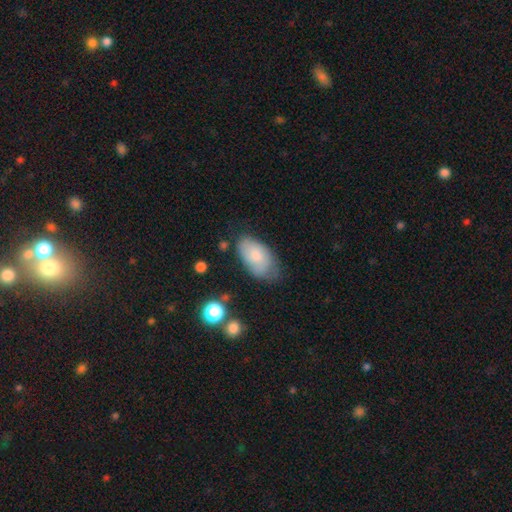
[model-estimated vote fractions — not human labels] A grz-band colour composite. It shows a smooth galaxy with no disk features (74%) that is in between round and cigar-shaped (94%). Merging: none (60%).